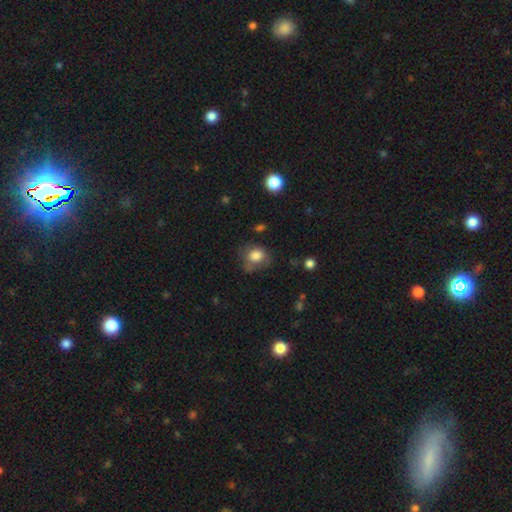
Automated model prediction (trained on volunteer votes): Q: Smooth or featured?
A: smooth (76%); runner-up: featured or disk (14%)
Q: How rounded?
A: round (63%); runner-up: in between (36%)
Q: Merging?
A: none (53%); runner-up: minor disturbance (28%)